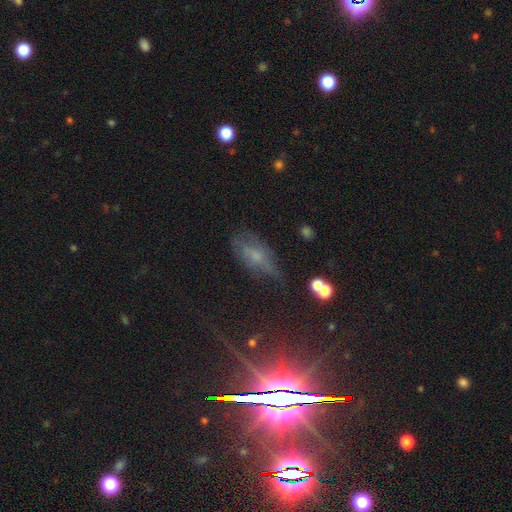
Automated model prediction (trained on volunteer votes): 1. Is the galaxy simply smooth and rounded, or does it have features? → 41% smooth, 36% featured or disk, 23% star or artifact.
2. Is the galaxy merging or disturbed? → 51% none, 29% minor disturbance, 16% major disturbance, 3% merger.